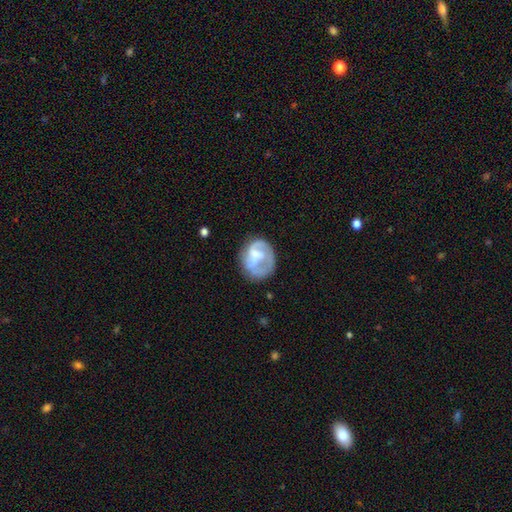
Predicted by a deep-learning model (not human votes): Overall: featured or disk (56%; smooth 37%). Edge-on disk: no (98%). Bar: no (49%; weak 38%). Spiral arms: yes (65%; no 35%). Bulge size: small (33%; moderate 31%). Merging: none (49%; minor disturbance 25%).